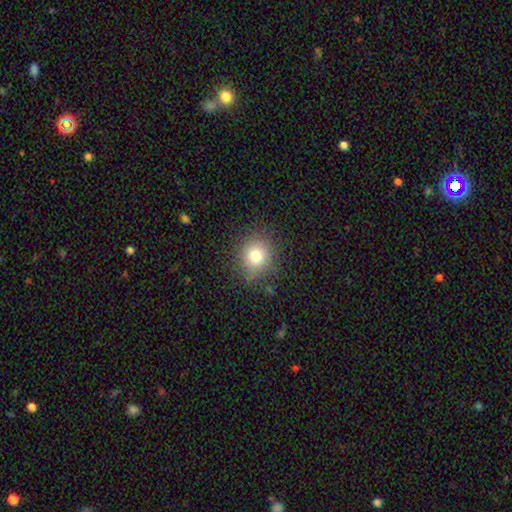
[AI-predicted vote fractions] A smooth galaxy with no disk features (78%) that is round (81%).

Vote fractions:
- Smooth or featured? smooth: 78% / star or artifact: 13% / featured or disk: 10%
- How rounded? round: 81% / in between: 18% / cigar-shaped: 1%
- Merging? none: 80% / minor disturbance: 14% / major disturbance: 4% / merger: 2%